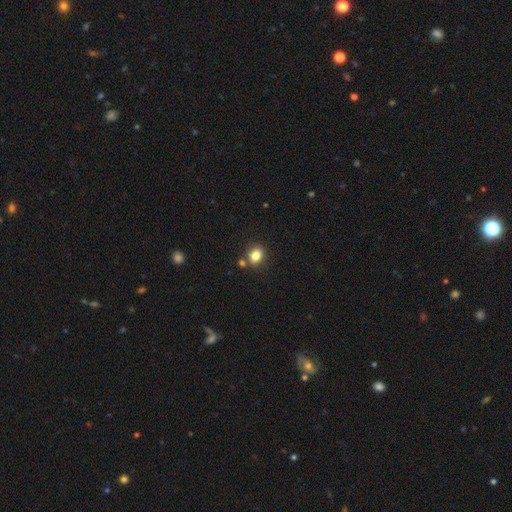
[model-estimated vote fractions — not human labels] This is clearly a smooth galaxy (82%). How rounded: possibly in between (51%). Merging: likely none (75%).